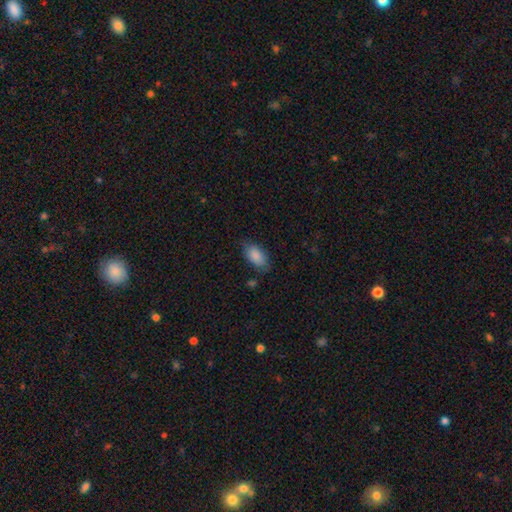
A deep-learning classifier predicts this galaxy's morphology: smooth_or_featured: smooth (p=0.88) [alt: star or artifact p=0.07]
how_rounded: in between (p=0.92) [alt: cigar-shaped p=0.04]
merging: none (p=0.75) [alt: minor disturbance p=0.19]